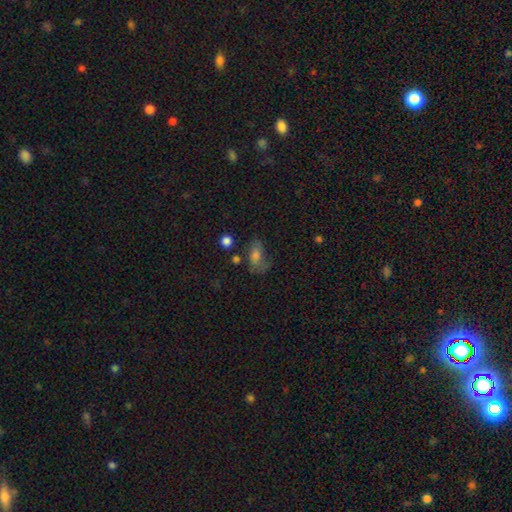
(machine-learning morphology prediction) This appears to be a smooth galaxy with no disk features (63%) that is in between round and cigar-shaped (83%). Merging: none (42%).